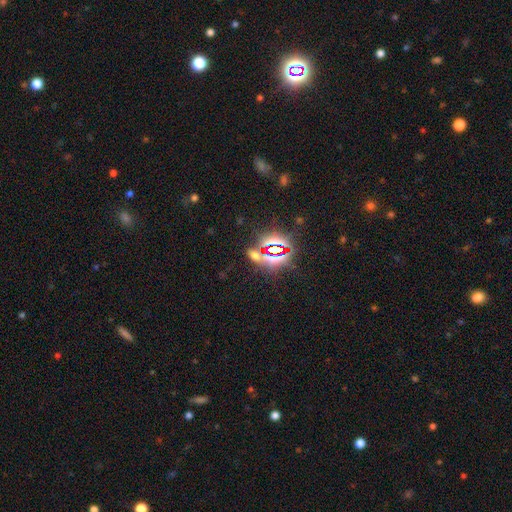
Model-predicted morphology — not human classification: smooth_or_featured: star or artifact (p=0.68) [alt: smooth p=0.23]